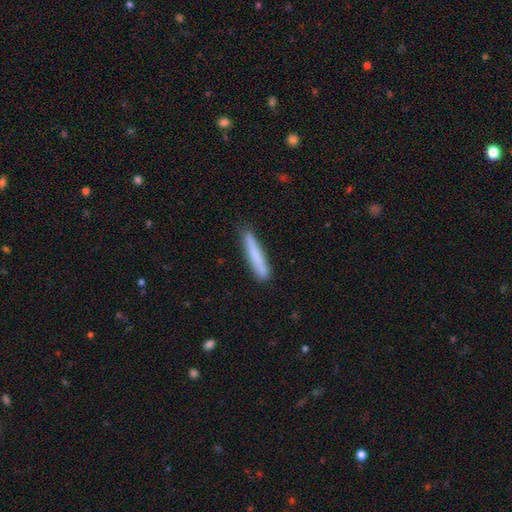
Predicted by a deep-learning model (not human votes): smooth-or-featured: smooth: 78% | featured or disk: 16% | star or artifact: 6%
  how-rounded: cigar-shaped: 95% | in between: 4% | round: 1%
  merging: none: 86% | minor disturbance: 11% | major disturbance: 2% | merger: 1%